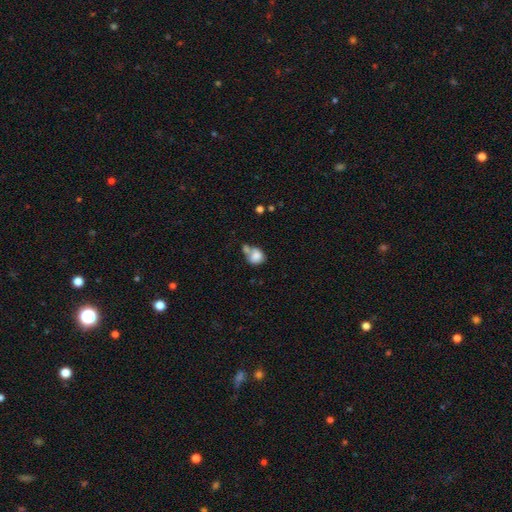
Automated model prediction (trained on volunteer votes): This appears to be a smooth galaxy with no disk features (79%) that is round (65%). Merging: merger (47%).